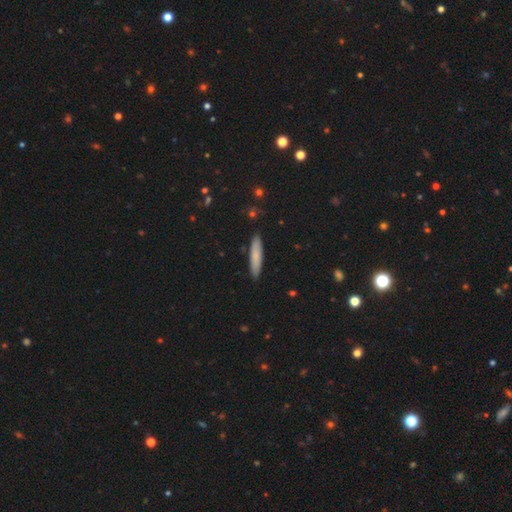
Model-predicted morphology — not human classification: Smooth or featured? Predicted: smooth (p=0.77). How rounded? Predicted: cigar-shaped (p=0.85). Merging? Predicted: none (p=0.89).